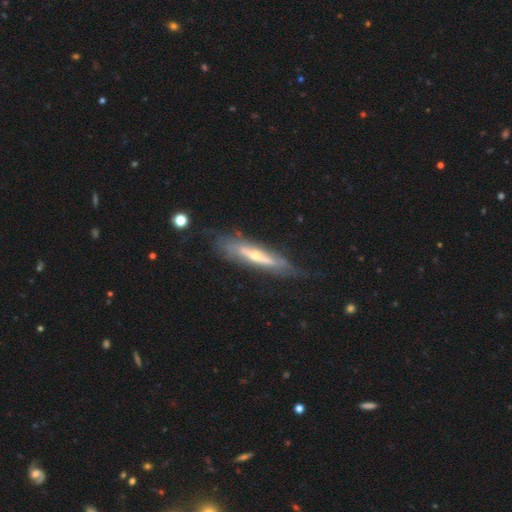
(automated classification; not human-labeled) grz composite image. It shows a featured or disk galaxy (70%) viewed edge-on (69%). Merging: none (73%).